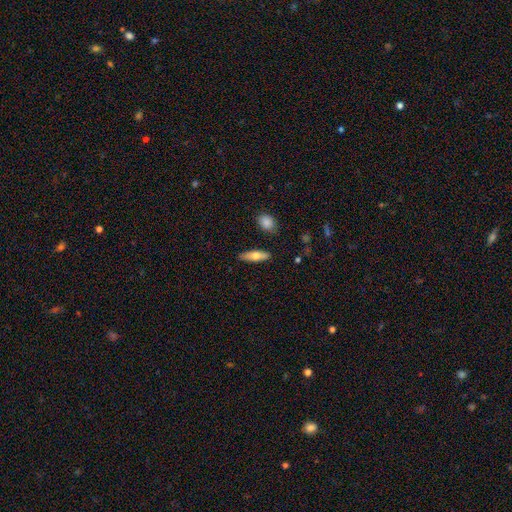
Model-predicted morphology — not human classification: Overall: smooth (64%; featured or disk 30%). How rounded: cigar-shaped (51%; in between 46%). Merging: none (85%).